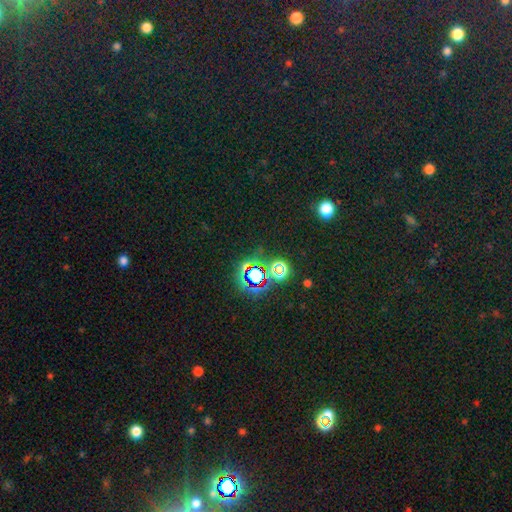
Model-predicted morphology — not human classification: This is likely a star or artifact rather than a galaxy (74%).